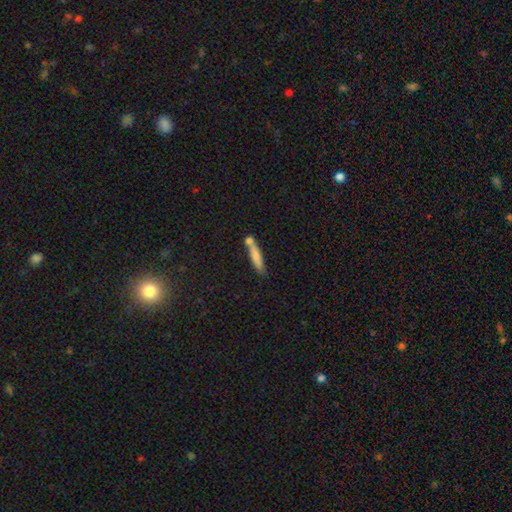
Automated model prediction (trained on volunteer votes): smooth-or-featured: smooth: 73% | featured or disk: 20% | star or artifact: 7%
  how-rounded: cigar-shaped: 86% | in between: 12% | round: 2%
  merging: none: 55% | merger: 26% | minor disturbance: 15% | major disturbance: 4%